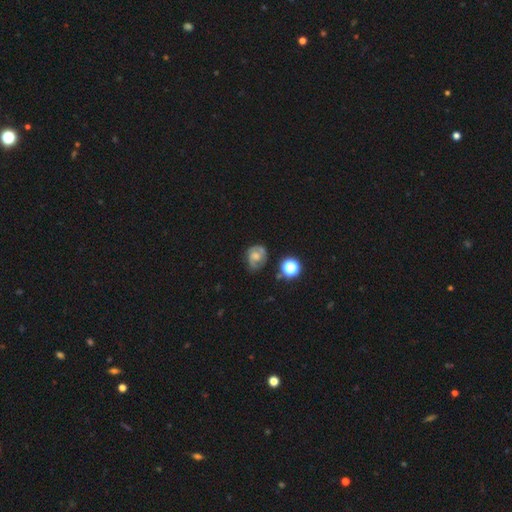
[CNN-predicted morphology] A featured or disk galaxy (61%) with no bar (60%), spiral arms (83%) and a moderate central bulge (43%).

Vote fractions:
- Smooth or featured? featured or disk: 61% / smooth: 29% / star or artifact: 11%
- Edge-on disk? no: 97% / yes: 3%
- Bar? no: 60% / weak: 33% / strong: 6%
- Spiral arms? yes: 83% / no: 17%
- Bulge size? moderate: 43% / small: 30% / none: 13% / large: 12% / dominant: 2%
- Merging? none: 65% / minor disturbance: 23% / major disturbance: 9% / merger: 3%